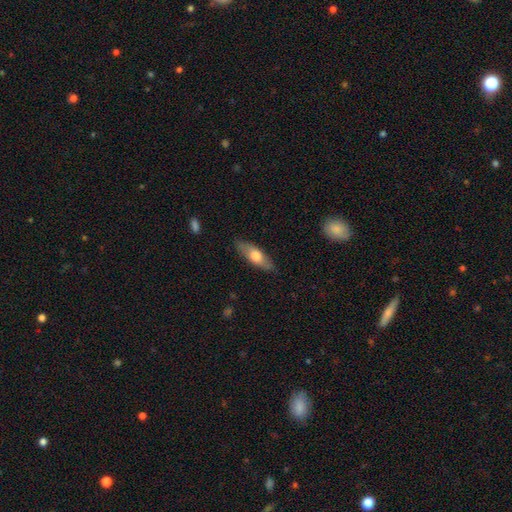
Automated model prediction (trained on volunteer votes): The model was most divided on "how rounded": in between: 56%, cigar-shaped: 41%, round: 3%. More confident: merging — none (84%); smooth or featured — smooth (60%).